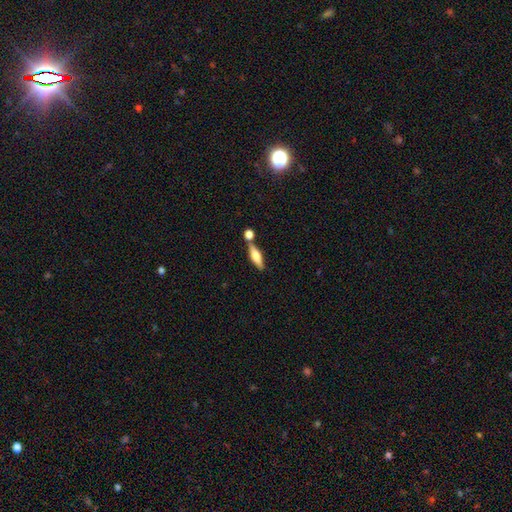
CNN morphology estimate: Smooth or featured: smooth — 52% (featured or disk — 41%)
How rounded: cigar-shaped — 53% (in between — 43%)
Merging: none — 66% (merger — 20%)